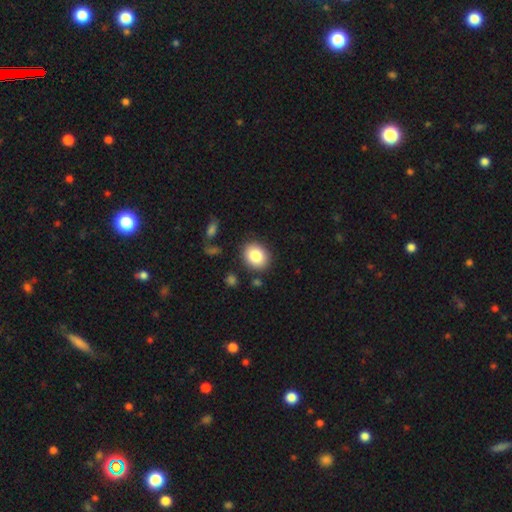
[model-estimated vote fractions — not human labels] This is clearly a smooth galaxy (83%). How rounded: possibly round (54%). Merging: clearly none (86%).